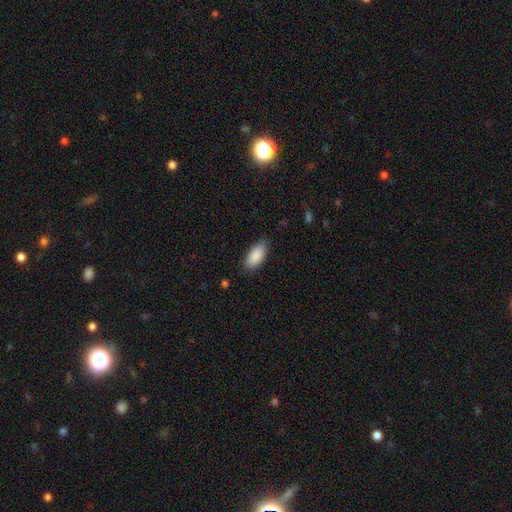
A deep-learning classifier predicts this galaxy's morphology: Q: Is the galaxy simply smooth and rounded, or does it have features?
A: smooth — 90%.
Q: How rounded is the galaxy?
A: in between — 91%.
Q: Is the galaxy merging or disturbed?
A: none — 80%.